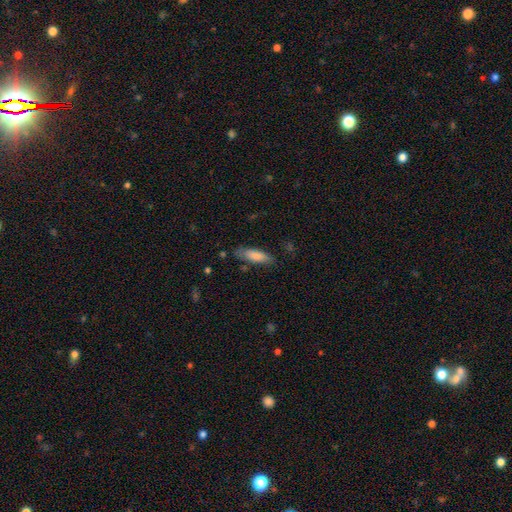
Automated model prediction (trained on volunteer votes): The model was most divided on "how rounded": in between: 52%, cigar-shaped: 46%, round: 2%. More confident: smooth or featured — smooth (81%); merging — none (74%).